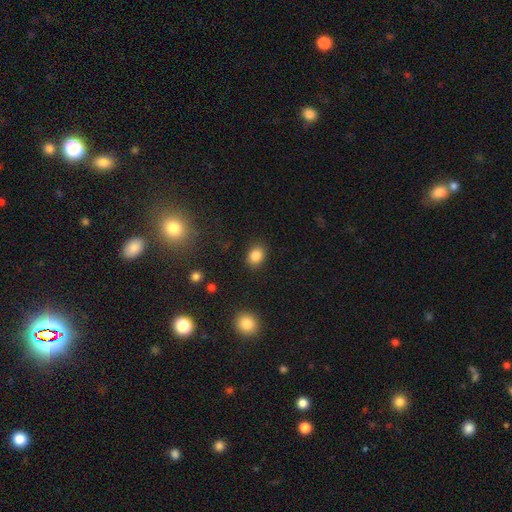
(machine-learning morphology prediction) Smooth or featured? Predicted: smooth (p=0.84). How rounded? Predicted: in between (p=0.58). Merging? Predicted: none (p=0.87).